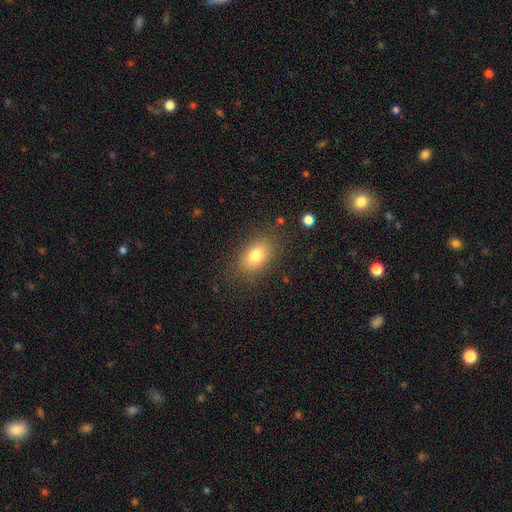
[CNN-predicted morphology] Smooth or featured?
  - smooth: 78% *
  - featured or disk: 12%
  - star or artifact: 10%
How rounded?
  - in between: 85% *
  - round: 13%
  - cigar-shaped: 2%
Merging?
  - none: 82% *
  - minor disturbance: 12%
  - major disturbance: 5%
  - merger: 1%